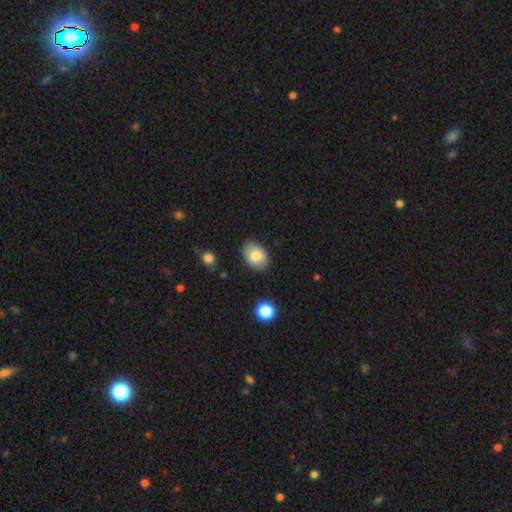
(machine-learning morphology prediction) type=smooth (78%); roundness=in between (79%); merging=none (81%).